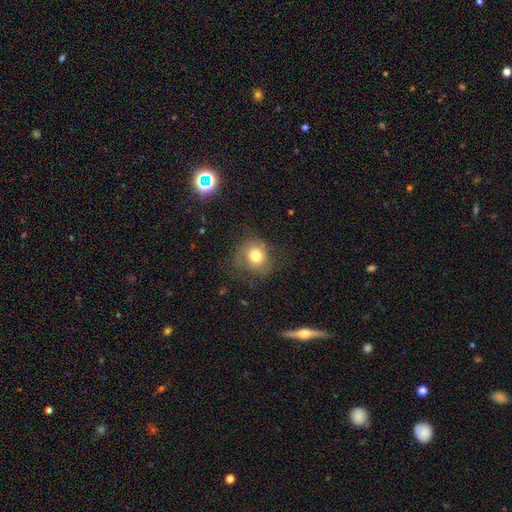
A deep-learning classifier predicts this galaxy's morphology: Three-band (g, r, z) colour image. It shows a smooth galaxy with no disk features (71%) that is round (81%). Merging: none (62%).